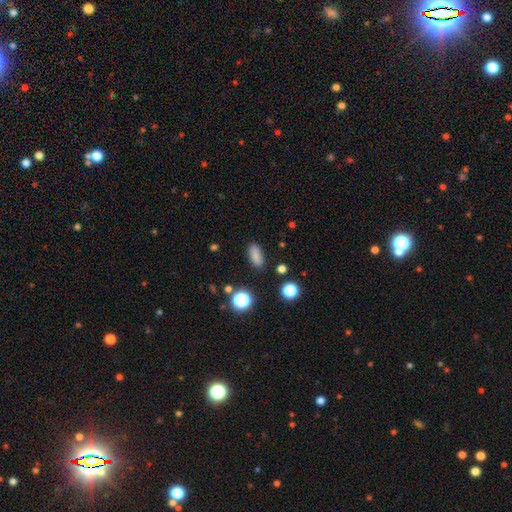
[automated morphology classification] This appears to be a smooth galaxy with no disk features (83%) that is in between round and cigar-shaped (78%). Merging: none (85%).